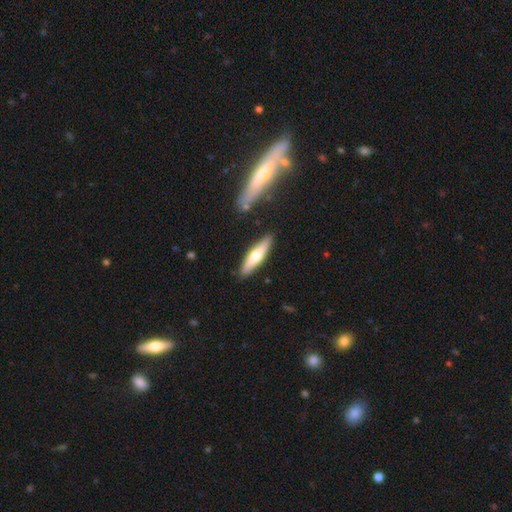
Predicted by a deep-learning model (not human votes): Q: Smooth or featured?
A: smooth (55%); runner-up: featured or disk (40%)
Q: How rounded?
A: cigar-shaped (76%); runner-up: in between (23%)
Q: Merging?
A: none (86%); runner-up: minor disturbance (9%)